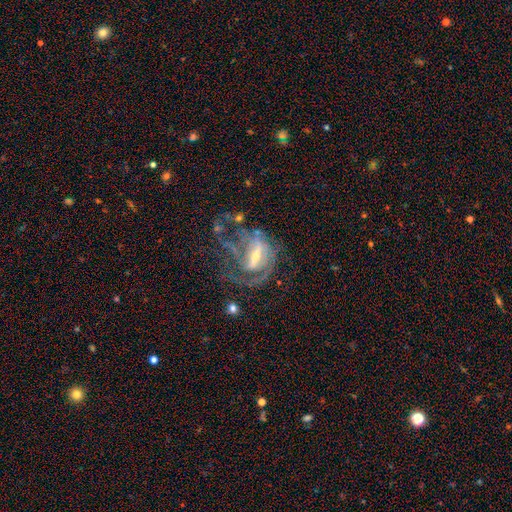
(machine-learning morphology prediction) type=featured or disk (81%); edge-on=no (94%); bar=strong (50%); spiral arms=yes (83%); winding=tight (40%, tied with medium); arm count=2 (33%); bulge=moderate (43%); merging=none (39%).